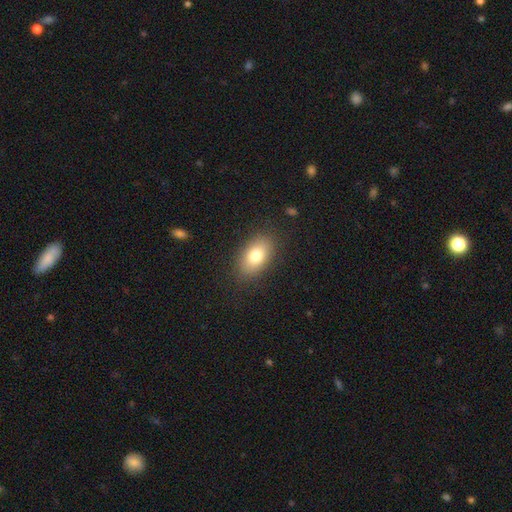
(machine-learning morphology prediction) smooth_or_featured: smooth (p=0.78) [alt: featured or disk p=0.13]
how_rounded: in between (p=0.89) [alt: round p=0.08]
merging: none (p=0.86) [alt: minor disturbance p=0.10]